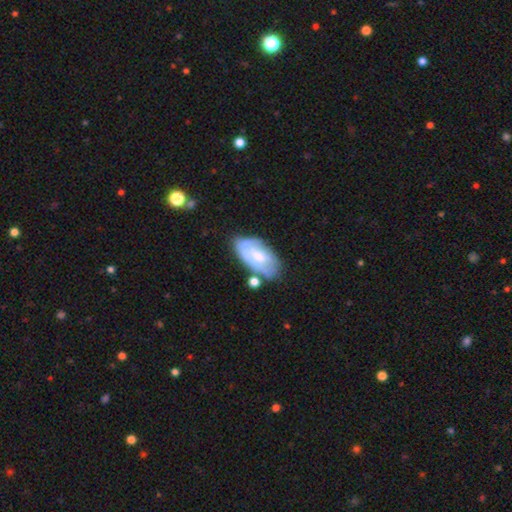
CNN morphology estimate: Smooth or featured?
  - featured or disk: 51% *
  - smooth: 42%
  - star or artifact: 7%
Edge-on disk?
  - no: 92% *
  - yes: 8%
Merging?
  - none: 52% *
  - minor disturbance: 27%
  - merger: 12%
  - major disturbance: 10%